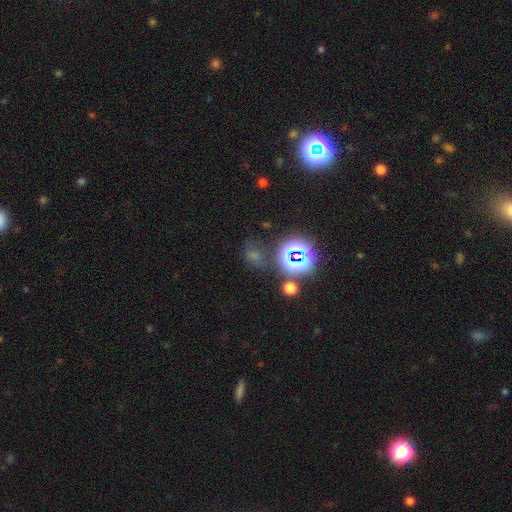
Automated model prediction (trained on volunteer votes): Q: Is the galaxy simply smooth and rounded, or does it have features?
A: star or artifact — 45%.